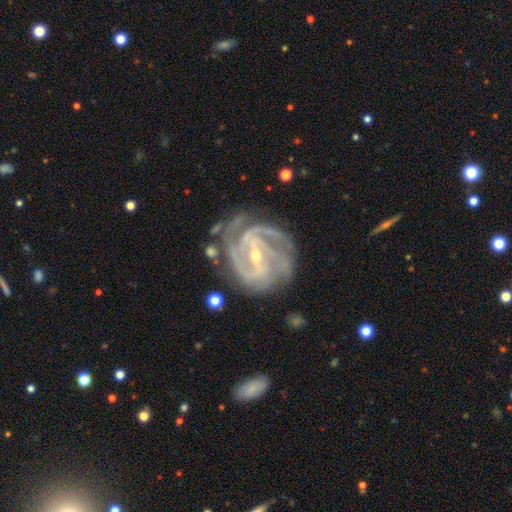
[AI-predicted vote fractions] A featured or disk galaxy (93%) with a strong bar (53%), 3 (36%) tight (61%) spiral arms (98%) and a small central bulge (69%).

Vote fractions:
- Smooth or featured? featured or disk: 93% / star or artifact: 4% / smooth: 3%
- Edge-on disk? no: 98% / yes: 2%
- Bar? strong: 53% / weak: 35% / no: 12%
- Spiral arms? yes: 98% / no: 2%
- Spiral winding? tight: 61% / medium: 34% / loose: 5%
- Spiral arm count? 3: 36% / 4: 23% / 2: 19% / can't tell: 11% / more than 4: 6% / 1: 5%
- Bulge size? small: 69% / moderate: 28% / none: 1% / large: 1% / dominant: 1%
- Merging? none: 68% / minor disturbance: 20% / major disturbance: 9% / merger: 3%